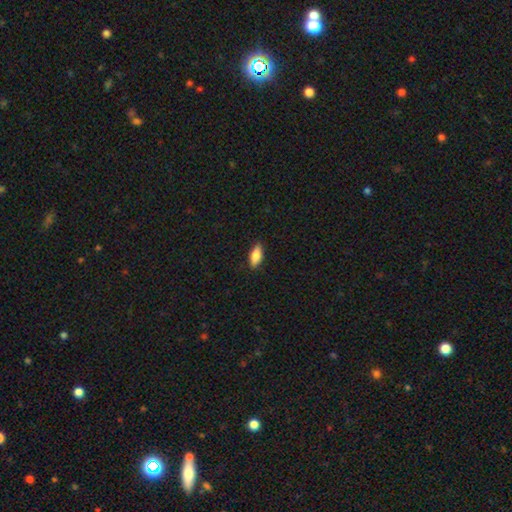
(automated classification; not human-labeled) A smooth galaxy with no disk features (81%) that is in between round and cigar-shaped (78%). Merging: none (87%).